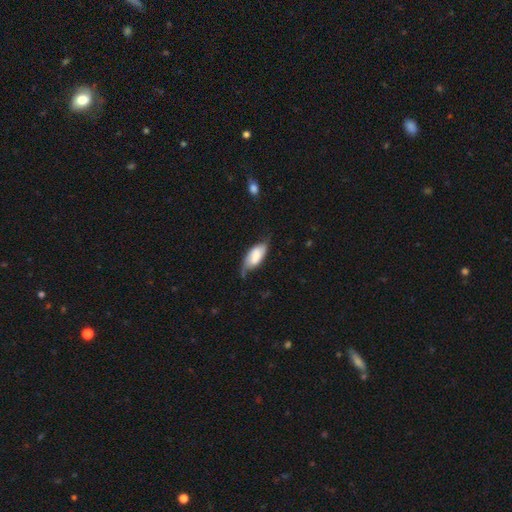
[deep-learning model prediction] Smooth or featured? smooth (64%)
How rounded? in between (89%)
Merging? none (43%)